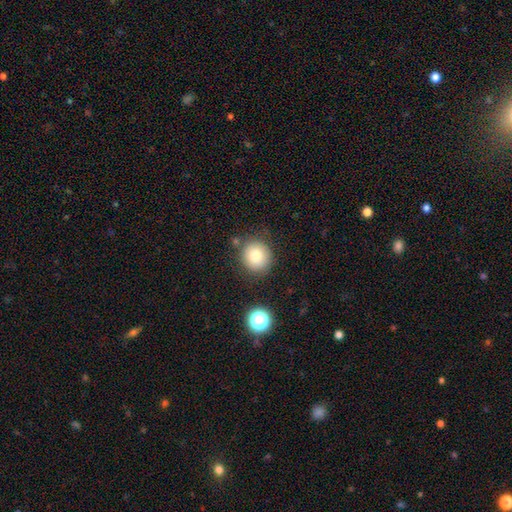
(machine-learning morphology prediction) Smooth or featured?
  - smooth: 79% *
  - star or artifact: 11%
  - featured or disk: 10%
How rounded?
  - round: 90% *
  - in between: 9%
  - cigar-shaped: 1%
Merging?
  - none: 81% *
  - minor disturbance: 11%
  - merger: 5%
  - major disturbance: 3%